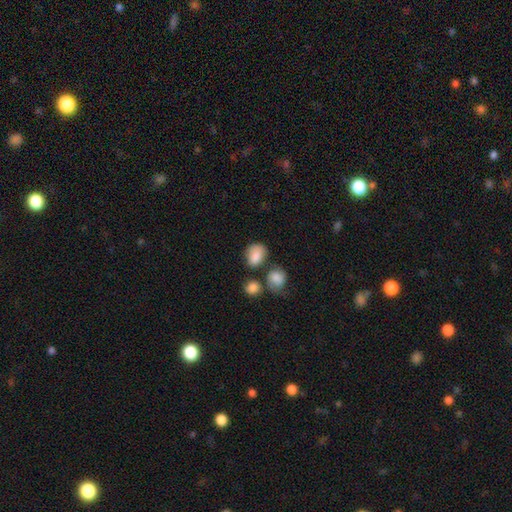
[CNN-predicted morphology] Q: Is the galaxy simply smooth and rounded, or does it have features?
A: smooth — 82%.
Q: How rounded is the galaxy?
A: in between — 60%.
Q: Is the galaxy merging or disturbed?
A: none — 48%.